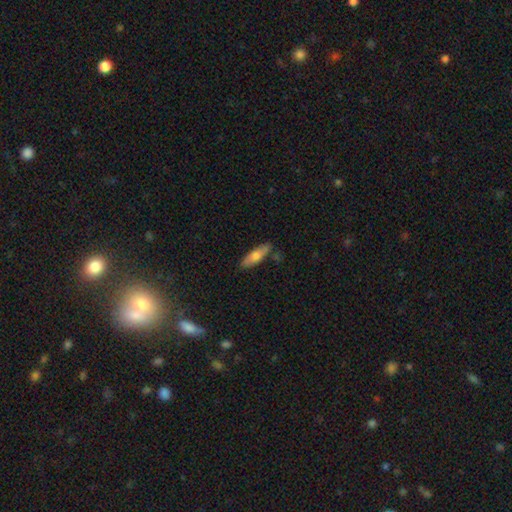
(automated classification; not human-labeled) smooth-or-featured: smooth: 69% | featured or disk: 24% | star or artifact: 6%
  how-rounded: cigar-shaped: 50% | in between: 48% | round: 2%
  merging: none: 78% | minor disturbance: 14% | merger: 4% | major disturbance: 3%